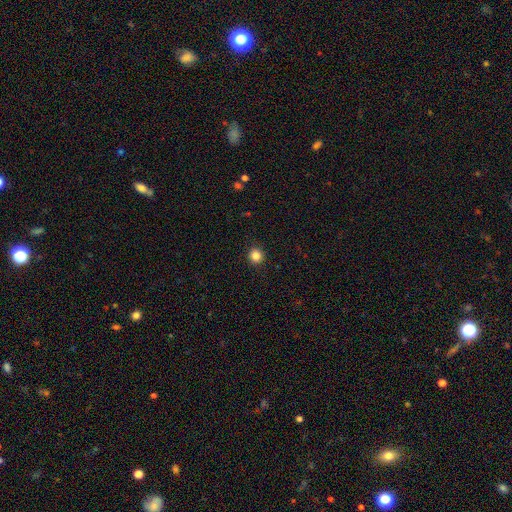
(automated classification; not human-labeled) Q: Smooth or featured?
A: smooth (84%); runner-up: star or artifact (11%)
Q: How rounded?
A: round (93%); runner-up: in between (6%)
Q: Merging?
A: none (93%); runner-up: minor disturbance (5%)